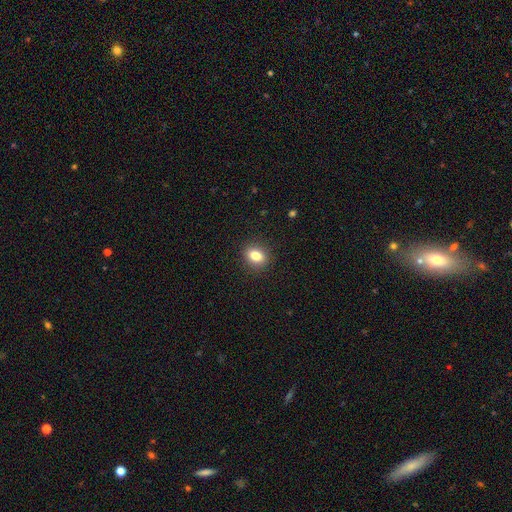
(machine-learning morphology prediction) This is clearly a smooth galaxy (82%). How rounded: possibly in between (58%). Merging: clearly none (90%).